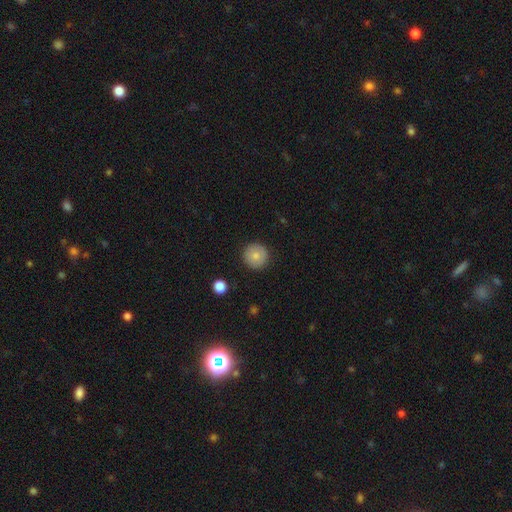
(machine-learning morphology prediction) Q: Smooth or featured?
A: smooth (80%); runner-up: featured or disk (12%)
Q: How rounded?
A: round (96%); runner-up: in between (3%)
Q: Merging?
A: none (91%); runner-up: minor disturbance (6%)